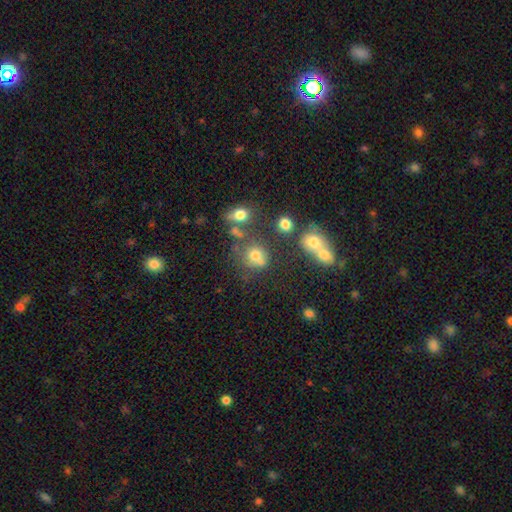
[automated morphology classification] The model was most divided on "merging": none: 50%, merger: 27%, minor disturbance: 15%, major disturbance: 9%. More confident: how rounded — round (74%); smooth or featured — smooth (69%).